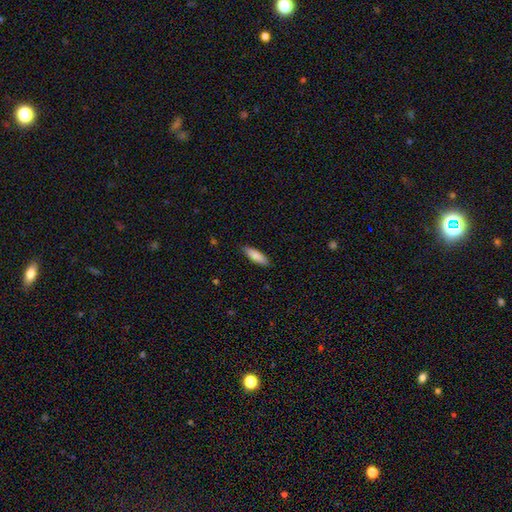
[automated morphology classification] Smooth or featured? Predicted: smooth (p=0.86). How rounded? Predicted: cigar-shaped (p=0.50). Merging? Predicted: none (p=0.86).